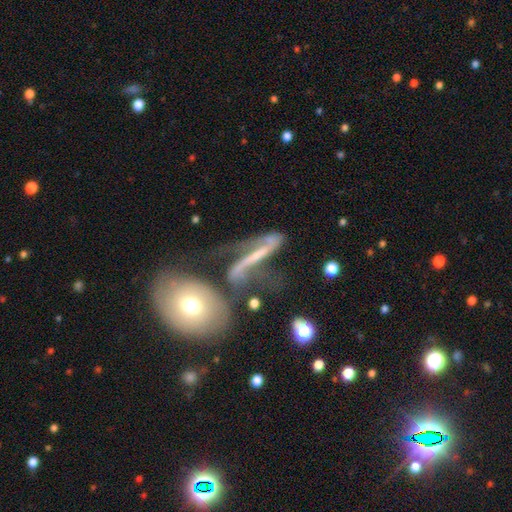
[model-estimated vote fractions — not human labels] A featured or disk galaxy (73%) with a strong bar (53%), spiral arms (74%) and a small central bulge (51%).

Vote fractions:
- Smooth or featured? featured or disk: 73% / smooth: 16% / star or artifact: 11%
- Edge-on disk? no: 73% / yes: 27%
- Bar? strong: 53% / no: 24% / weak: 23%
- Spiral arms? yes: 74% / no: 26%
- Bulge size? small: 51% / moderate: 23% / none: 20% / large: 3% / dominant: 2%
- Merging? none: 39% / major disturbance: 24% / minor disturbance: 20% / merger: 17%